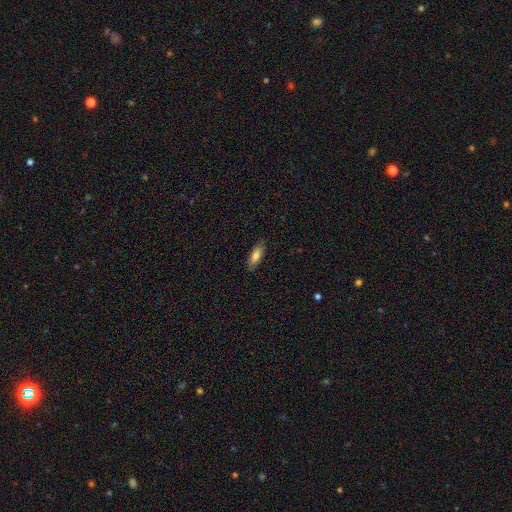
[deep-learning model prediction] smooth-or-featured: smooth: 76% | featured or disk: 17% | star or artifact: 7%
  how-rounded: in between: 58% | cigar-shaped: 40% | round: 2%
  merging: none: 87% | minor disturbance: 10% | major disturbance: 2% | merger: 1%